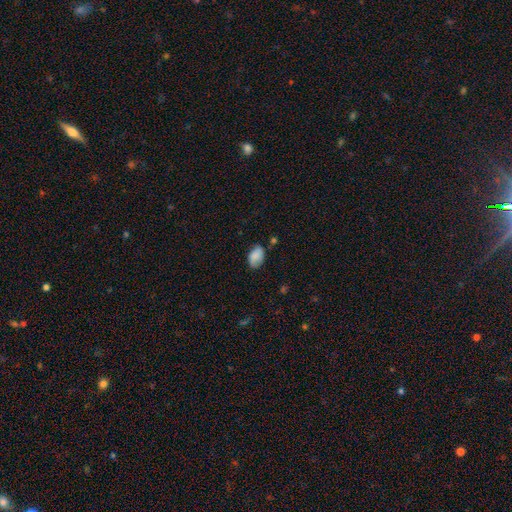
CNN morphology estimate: smooth 79%, featured or disk 12%, star or artifact 9%. Down the decision tree: how rounded — in between (87%); merging — none (66%).